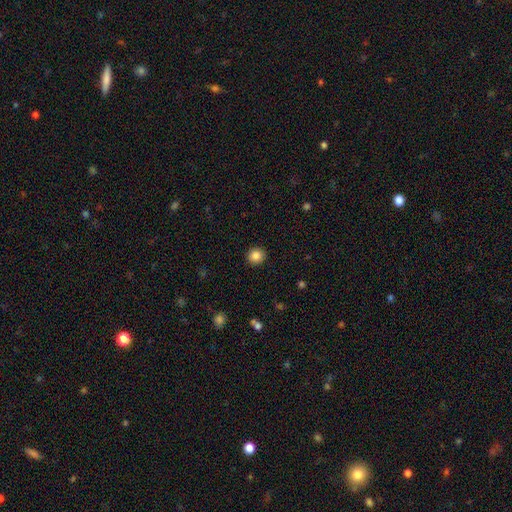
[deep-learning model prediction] This is clearly a smooth galaxy (86%). How rounded: clearly round (90%). Merging: clearly none (92%).